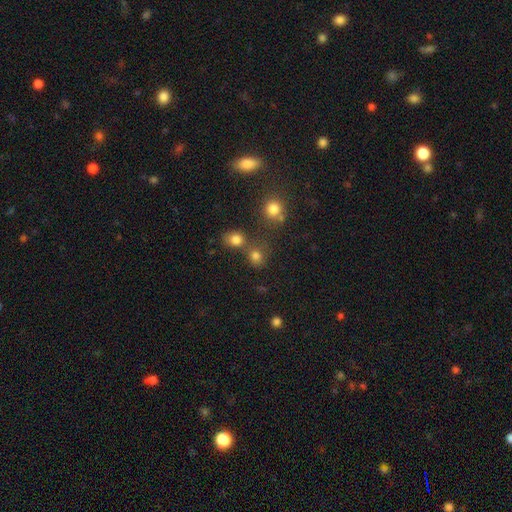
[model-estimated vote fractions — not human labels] Smooth or featured?
  - smooth: 77% *
  - star or artifact: 16%
  - featured or disk: 7%
How rounded?
  - round: 80% *
  - in between: 19%
  - cigar-shaped: 1%
Merging?
  - none: 59% *
  - merger: 26%
  - minor disturbance: 10%
  - major disturbance: 5%